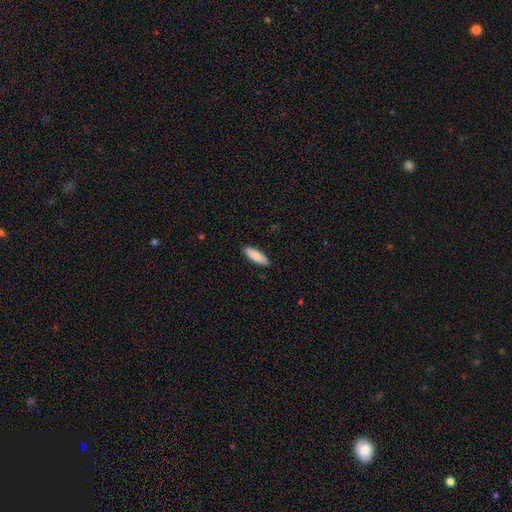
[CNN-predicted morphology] Smooth or featured: smooth — 89% (featured or disk — 6%)
How rounded: in between — 50% (cigar-shaped — 49%)
Merging: none — 88% (minor disturbance — 9%)